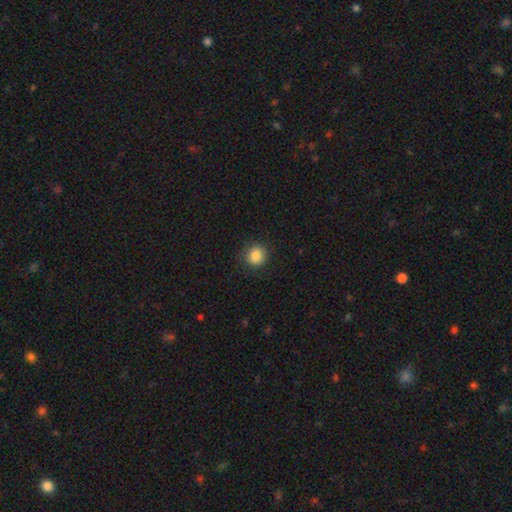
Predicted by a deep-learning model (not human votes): The model was most divided on "how rounded": round: 83%, in between: 16%, cigar-shaped: 1%. More confident: merging — none (86%); smooth or featured — smooth (86%).